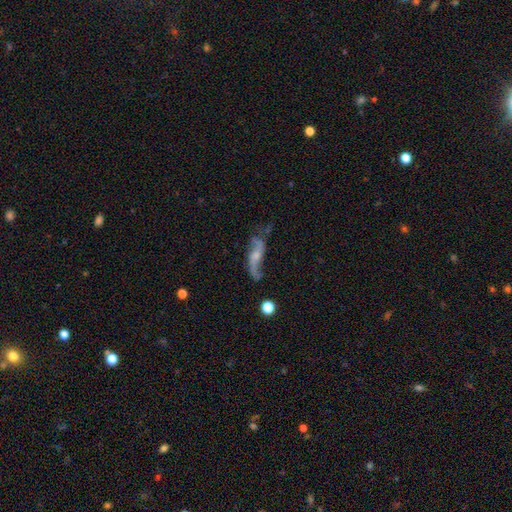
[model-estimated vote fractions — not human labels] Smooth or featured: featured or disk — 78% (smooth — 15%)
Edge-on disk: no — 87% (yes — 13%)
Bar: no — 55% (weak — 34%)
Spiral arms: yes — 91% (no — 9%)
Spiral winding: loose — 86% (medium — 11%)
Spiral arm count: 2 — 89% (1 — 5%)
Bulge size: small — 46% (moderate — 34%)
Merging: none — 52% (minor disturbance — 23%)